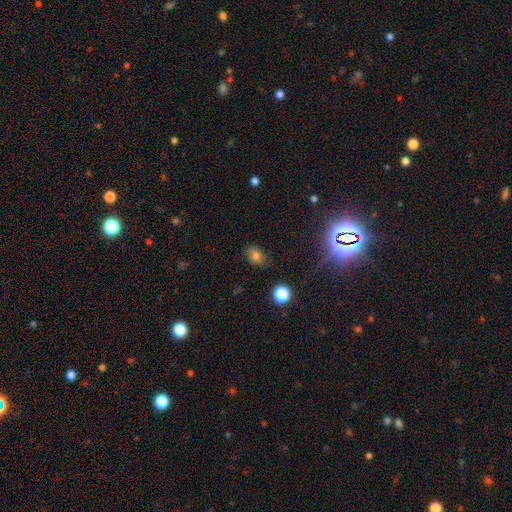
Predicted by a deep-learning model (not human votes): Q: Smooth or featured?
A: smooth (75%); runner-up: star or artifact (17%)
Q: How rounded?
A: in between (67%); runner-up: round (31%)
Q: Merging?
A: none (81%); runner-up: minor disturbance (14%)